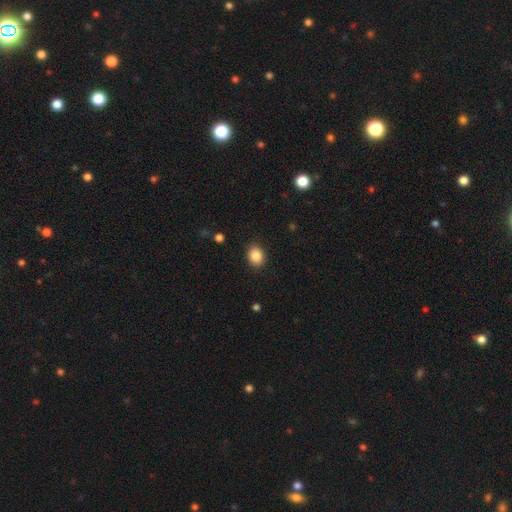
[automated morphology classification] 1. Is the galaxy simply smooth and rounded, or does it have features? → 87% smooth, 9% star or artifact, 5% featured or disk.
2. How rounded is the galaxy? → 50% in between, 49% round, 1% cigar-shaped.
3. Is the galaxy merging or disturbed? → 89% none, 8% minor disturbance, 2% major disturbance, 1% merger.